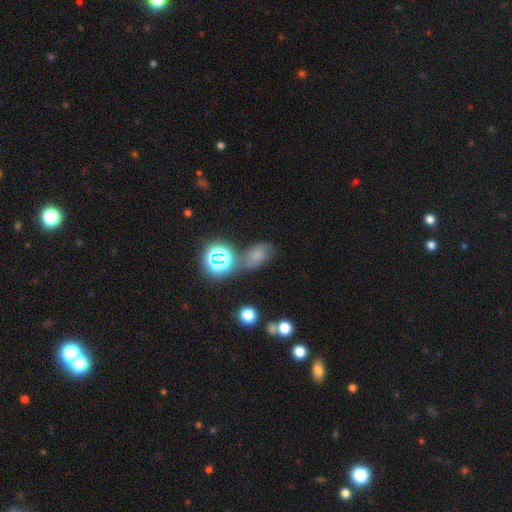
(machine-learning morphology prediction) Overall: smooth (56%; star or artifact 27%). How rounded: in between (75%). Merging: none (52%; minor disturbance 23%).